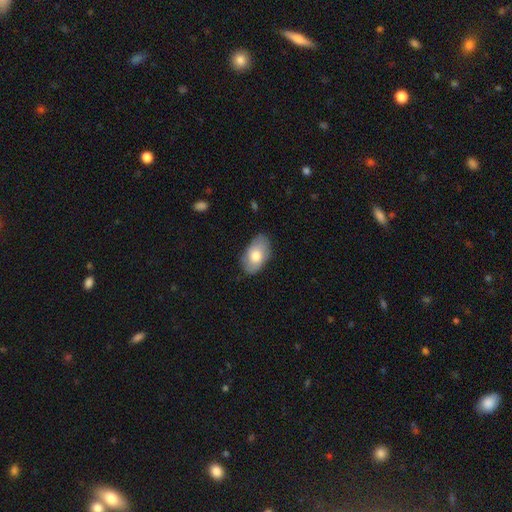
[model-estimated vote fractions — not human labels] Q: Smooth or featured?
A: smooth (72%); runner-up: featured or disk (21%)
Q: How rounded?
A: in between (93%); runner-up: round (6%)
Q: Merging?
A: none (78%); runner-up: minor disturbance (17%)